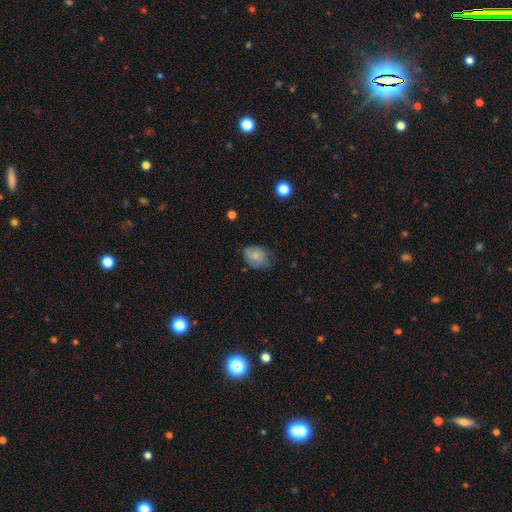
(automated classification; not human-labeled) Smooth or featured? smooth (75%)
How rounded? in between (63%)
Merging? none (57%)